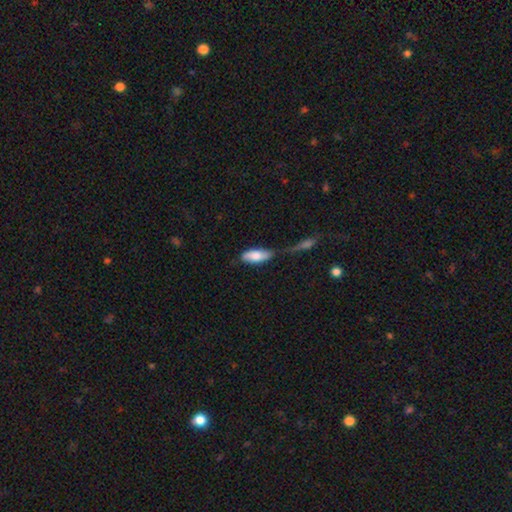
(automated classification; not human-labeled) Smooth or featured: smooth — 77% (featured or disk — 17%)
How rounded: in between — 79% (cigar-shaped — 19%)
Merging: none — 46% (minor disturbance — 23%)